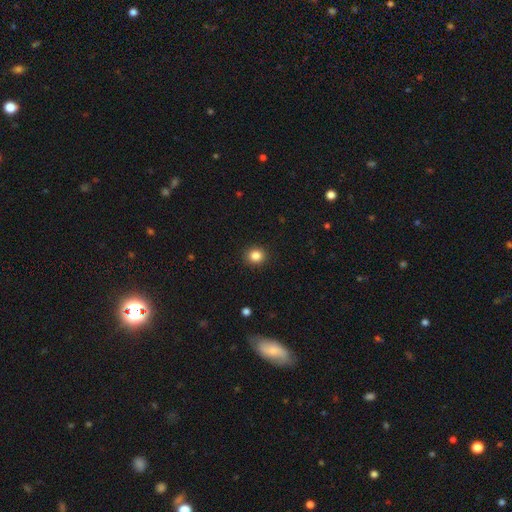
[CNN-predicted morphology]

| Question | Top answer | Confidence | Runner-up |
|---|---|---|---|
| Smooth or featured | smooth | 85% | star or artifact (11%) |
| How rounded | round | 79% | in between (20%) |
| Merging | none | 91% | minor disturbance (6%) |